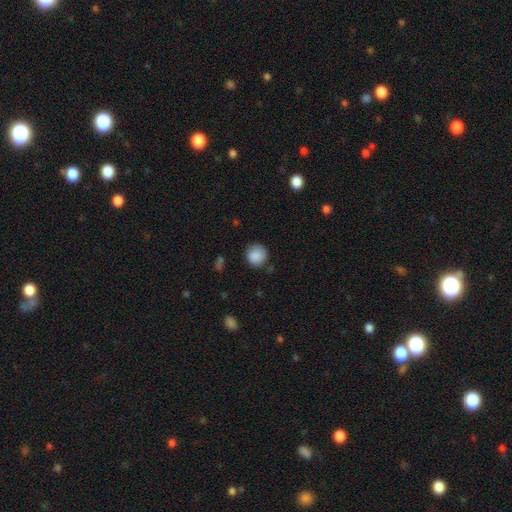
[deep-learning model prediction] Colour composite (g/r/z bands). It shows a smooth galaxy with no disk features (87%) that is round (91%). Merging: none (79%).